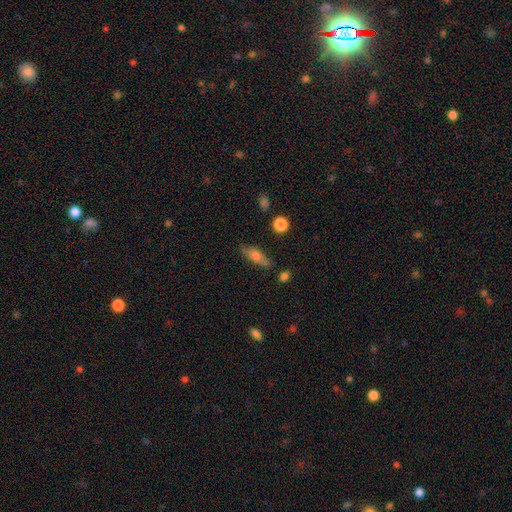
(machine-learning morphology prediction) Smooth or featured? Predicted: smooth (p=0.63). How rounded? Predicted: in between (p=0.51). Merging? Predicted: none (p=0.74).